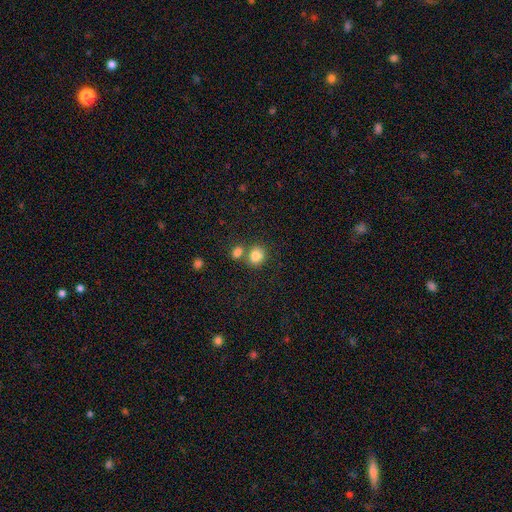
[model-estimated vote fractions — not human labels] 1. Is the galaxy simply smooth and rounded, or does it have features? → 83% smooth, 10% star or artifact, 7% featured or disk.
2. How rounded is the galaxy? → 67% round, 32% in between, 1% cigar-shaped.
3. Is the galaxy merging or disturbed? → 56% none, 32% merger, 10% minor disturbance, 3% major disturbance.